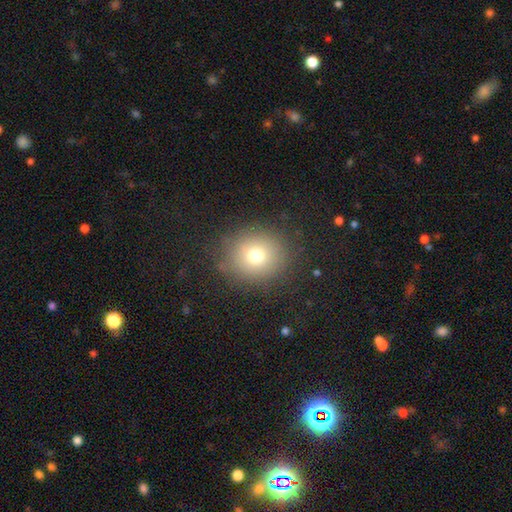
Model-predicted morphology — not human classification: type=smooth (72%); roundness=round (84%); merging=none (83%).